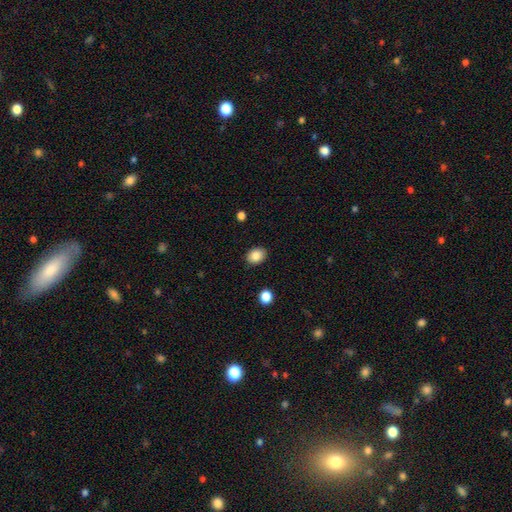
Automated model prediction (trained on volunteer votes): A smooth galaxy with no disk features (86%) that is in between round and cigar-shaped (53%).

Vote fractions:
- Smooth or featured? smooth: 86% / star or artifact: 9% / featured or disk: 5%
- How rounded? in between: 53% / round: 46% / cigar-shaped: 1%
- Merging? none: 88% / minor disturbance: 8% / major disturbance: 2% / merger: 1%